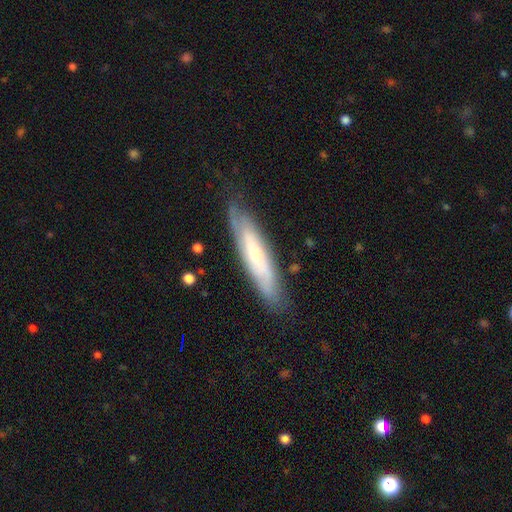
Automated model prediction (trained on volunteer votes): This is possibly a featured or disk galaxy (58%). It is possibly not viewed edge-on (51%). Merging: likely none (75%).